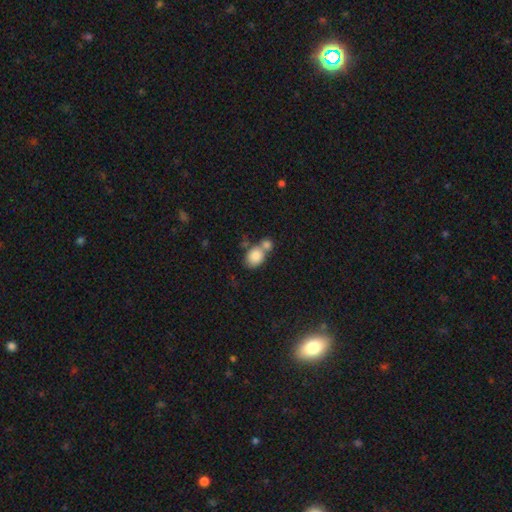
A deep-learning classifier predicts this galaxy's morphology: A smooth galaxy with no disk features (83%) that is in between round and cigar-shaped (51%). Merging: merger (52%).